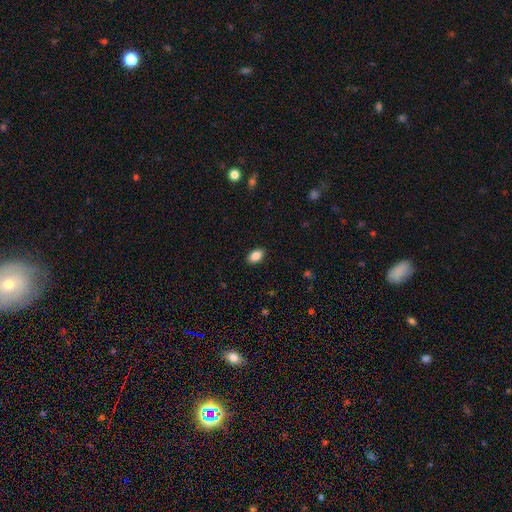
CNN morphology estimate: A smooth galaxy with no disk features (88%) that is in between round and cigar-shaped (90%). Merging: none (89%).